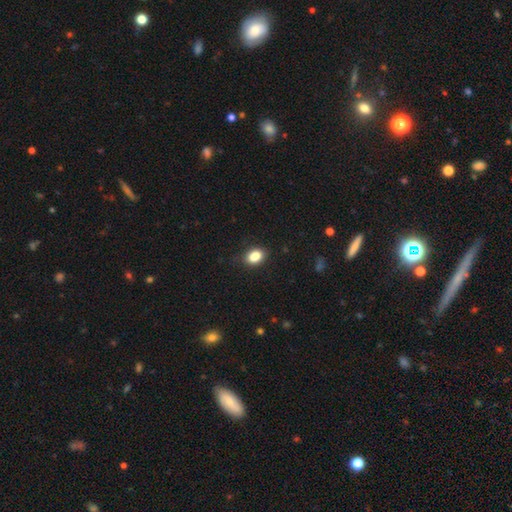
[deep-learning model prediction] Smooth or featured? smooth (86%)
How rounded? in between (81%)
Merging? none (84%)